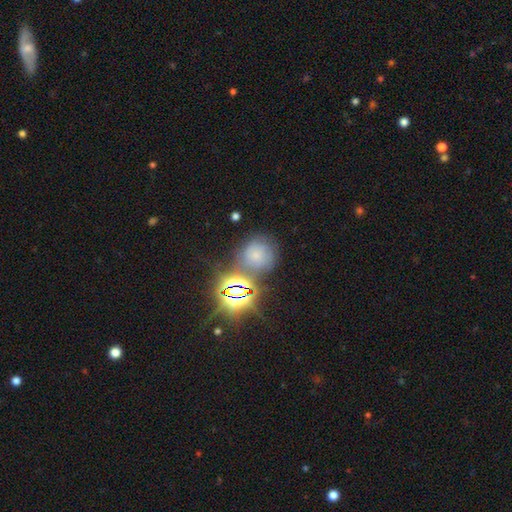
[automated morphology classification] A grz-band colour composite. It shows a smooth galaxy with no disk features (45%). Merging: none (62%).